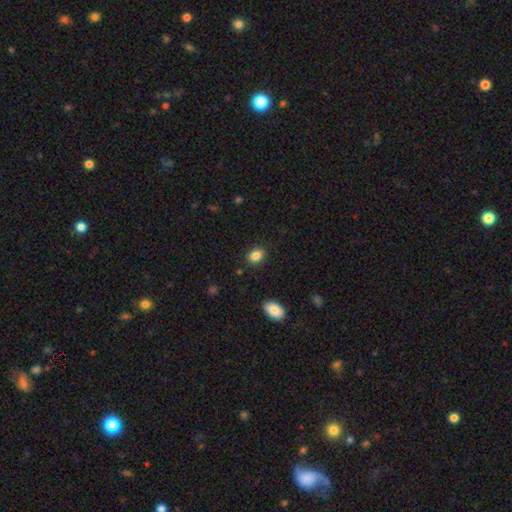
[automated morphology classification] Smooth or featured? Predicted: smooth (p=0.86). How rounded? Predicted: in between (p=0.66). Merging? Predicted: none (p=0.87).